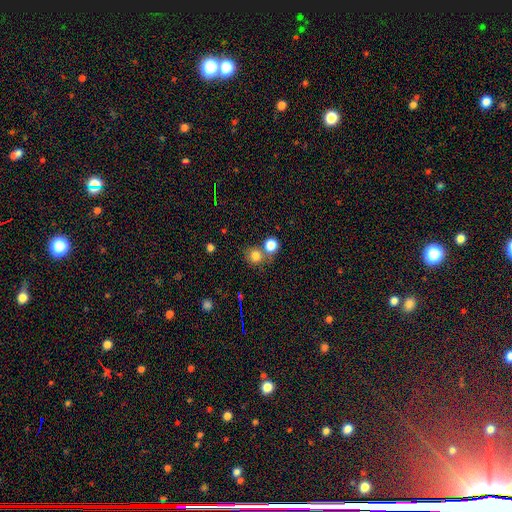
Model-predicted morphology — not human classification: Overall: smooth (79%). How rounded: round (85%). Merging: none (55%; merger 34%).